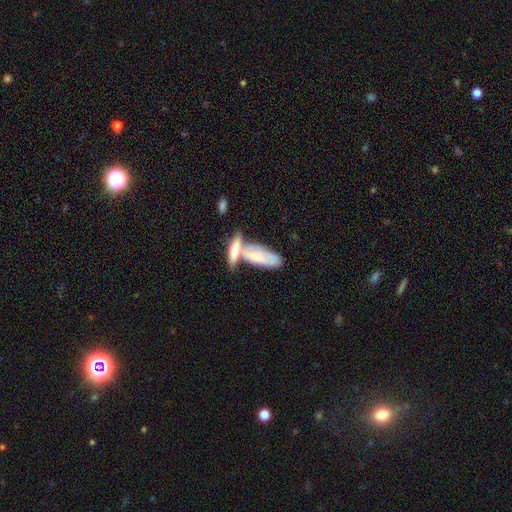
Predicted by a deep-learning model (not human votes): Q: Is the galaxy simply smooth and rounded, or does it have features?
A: smooth — 46%.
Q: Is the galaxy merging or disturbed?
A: merger — 50%.